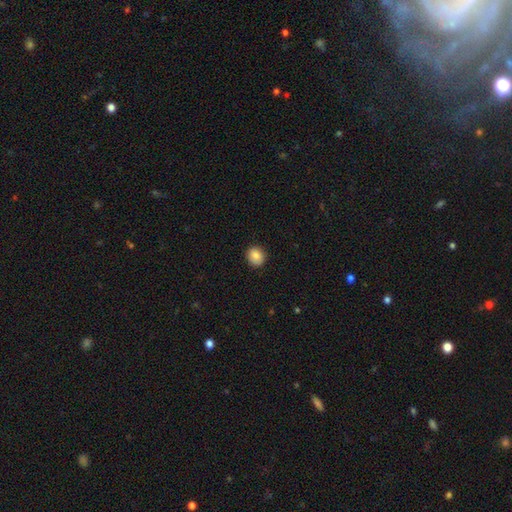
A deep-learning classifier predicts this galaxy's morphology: Smooth or featured? Predicted: smooth (p=0.84). How rounded? Predicted: round (p=0.77). Merging? Predicted: none (p=0.89).